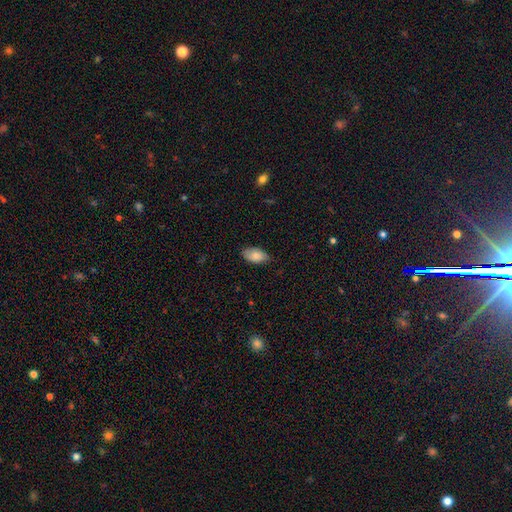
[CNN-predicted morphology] The model was most divided on "merging": none: 79%, minor disturbance: 17%, major disturbance: 3%, merger: 1%. More confident: how rounded — in between (94%); smooth or featured — smooth (82%).